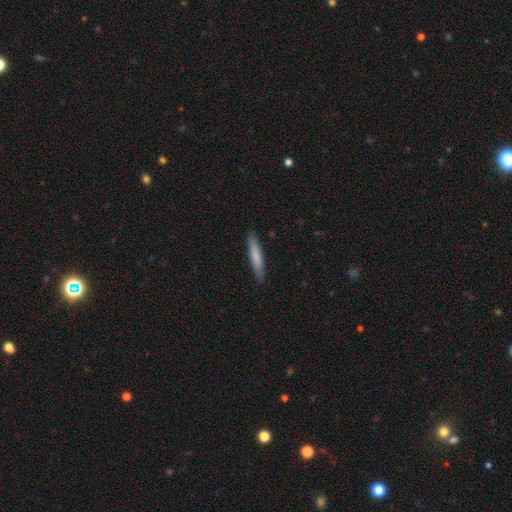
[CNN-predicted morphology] Smooth or featured: smooth — 77% (featured or disk — 18%)
How rounded: cigar-shaped — 93% (in between — 6%)
Merging: none — 90% (minor disturbance — 7%)